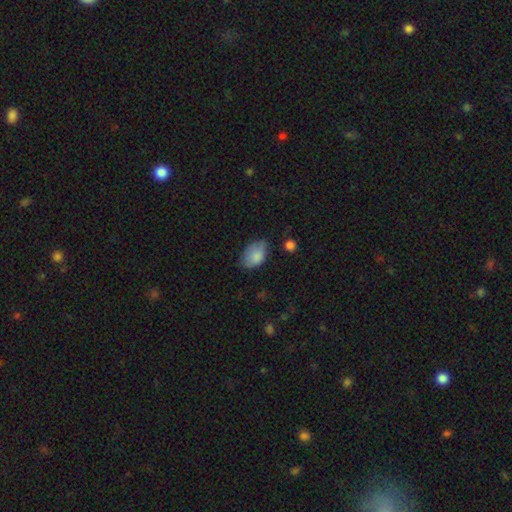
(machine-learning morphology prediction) Smooth or featured?
  - smooth: 85% *
  - featured or disk: 8%
  - star or artifact: 7%
How rounded?
  - in between: 89% *
  - round: 10%
  - cigar-shaped: 1%
Merging?
  - none: 61% *
  - minor disturbance: 30%
  - major disturbance: 6%
  - merger: 2%